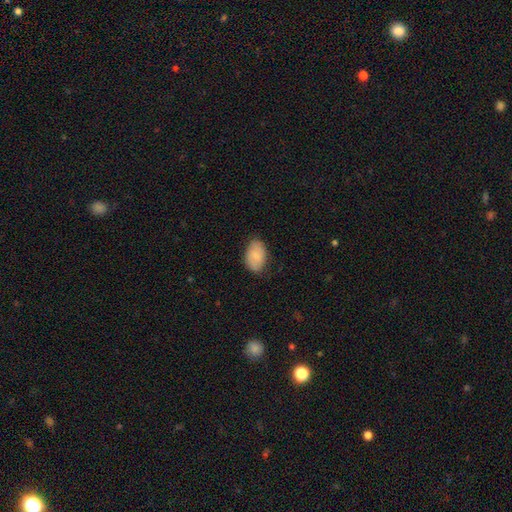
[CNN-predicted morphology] Overall: smooth (81%). How rounded: in between (90%). Merging: none (78%).